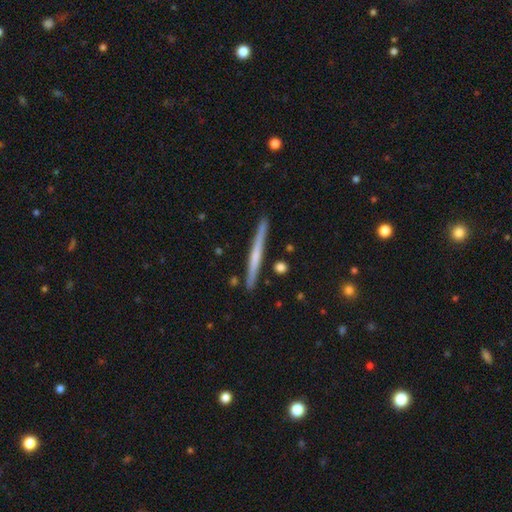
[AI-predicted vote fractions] A featured or disk galaxy (53%) viewed edge-on (98%) with no central bulge (73%).

Vote fractions:
- Smooth or featured? featured or disk: 53% / smooth: 42% / star or artifact: 5%
- Edge-on disk? yes: 98% / no: 2%
- Edge-on bulge? none: 73% / rounded: 20% / boxy: 7%
- Merging? none: 90% / minor disturbance: 7% / merger: 2% / major disturbance: 1%